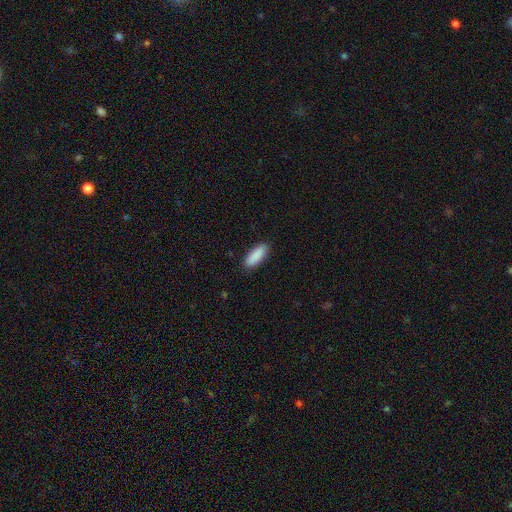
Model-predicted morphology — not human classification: The model was most divided on "how rounded": in between: 66%, cigar-shaped: 32%, round: 2%. More confident: smooth or featured — smooth (90%); merging — none (89%).